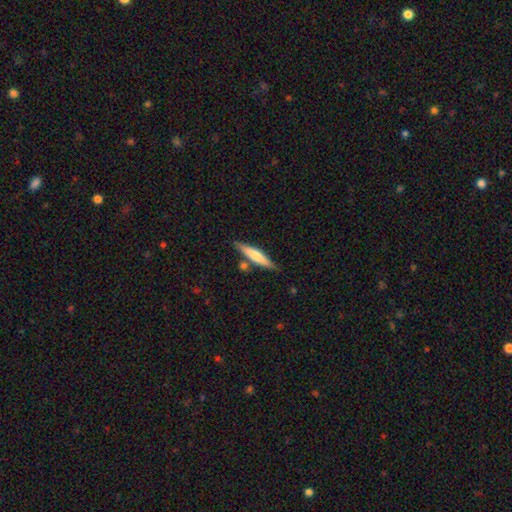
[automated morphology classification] Q: Smooth or featured?
A: smooth (56%); runner-up: featured or disk (39%)
Q: How rounded?
A: cigar-shaped (88%); runner-up: in between (11%)
Q: Merging?
A: none (78%); runner-up: minor disturbance (11%)